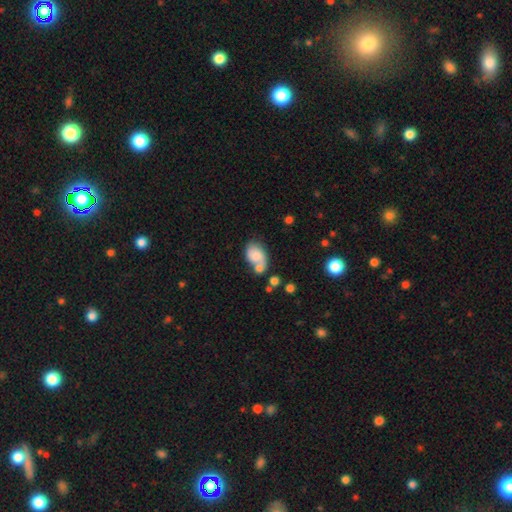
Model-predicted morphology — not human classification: Smooth or featured? smooth (63%)
How rounded? in between (81%)
Merging? merger (39%)